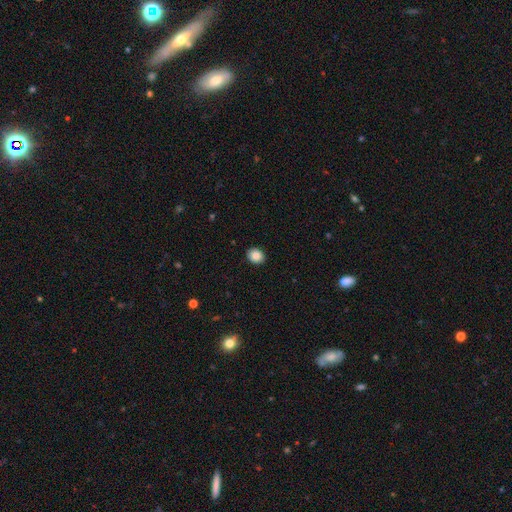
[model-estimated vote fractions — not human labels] smooth-or-featured: smooth: 86% | star or artifact: 9% | featured or disk: 6%
  how-rounded: round: 55% | in between: 44% | cigar-shaped: 1%
  merging: none: 91% | minor disturbance: 6% | major disturbance: 2% | merger: 1%